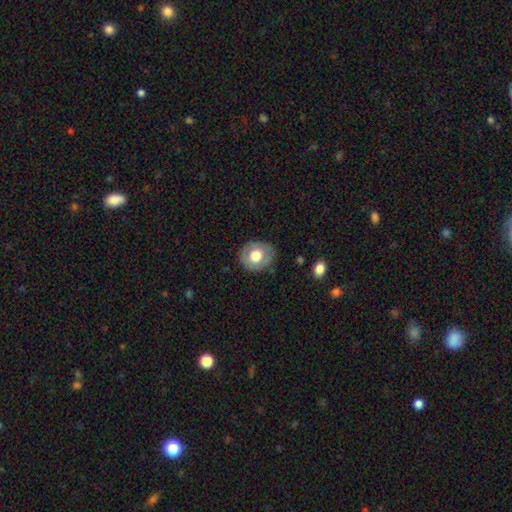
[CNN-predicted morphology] Q: Smooth or featured?
A: smooth (64%); runner-up: featured or disk (28%)
Q: How rounded?
A: round (74%); runner-up: in between (25%)
Q: Merging?
A: none (82%); runner-up: minor disturbance (13%)